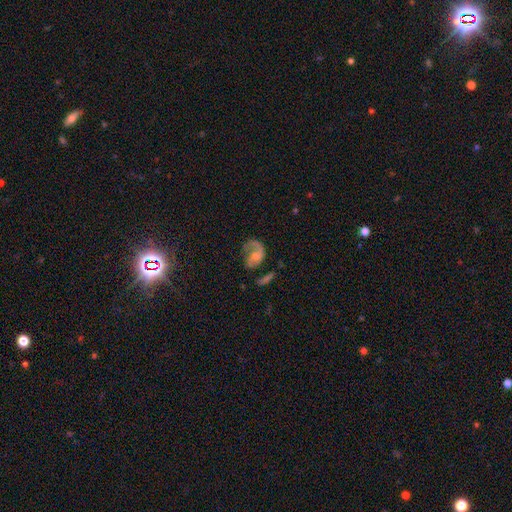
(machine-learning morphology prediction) The model was most divided on "bulge size": small: 45%, moderate: 41%, none: 9%, large: 4%, dominant: 1%. Remaining: edge-on disk — no (97%); spiral arms — yes (80%); bar — no (71%); smooth or featured — featured or disk (64%); merging — major disturbance (40%).